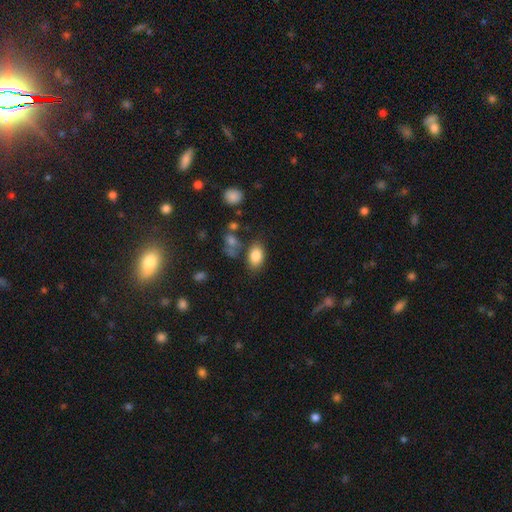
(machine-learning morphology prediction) Overall: smooth (84%). How rounded: in between (88%). Merging: none (74%).